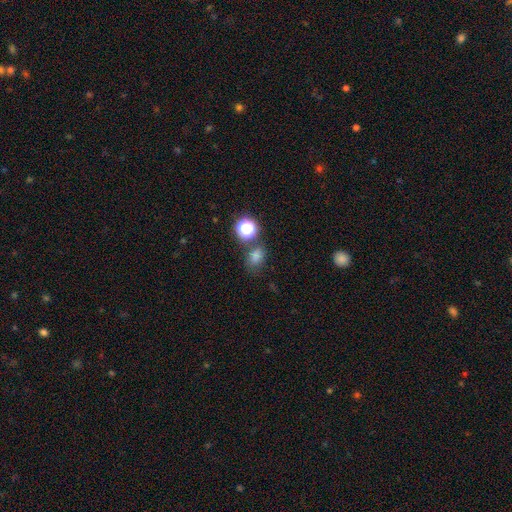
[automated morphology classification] type=smooth (70%); roundness=in between (50%); merging=none (66%).